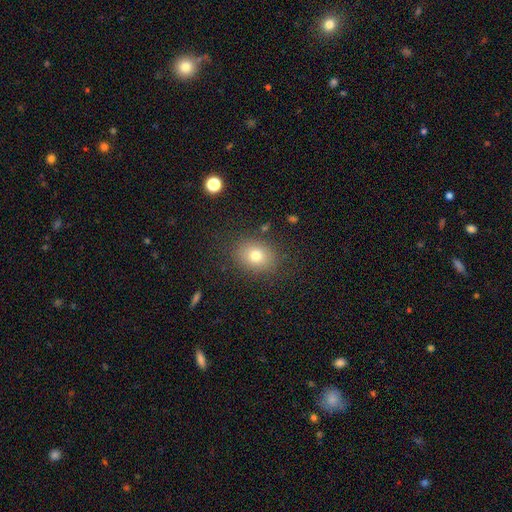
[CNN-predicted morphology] Smooth or featured?
  - smooth: 76% *
  - star or artifact: 12%
  - featured or disk: 12%
How rounded?
  - in between: 52% *
  - round: 47%
  - cigar-shaped: 1%
Merging?
  - none: 83% *
  - minor disturbance: 11%
  - major disturbance: 4%
  - merger: 2%